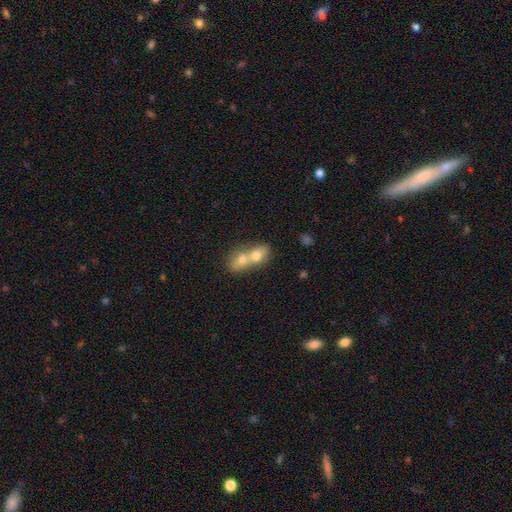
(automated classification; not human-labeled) This appears to be a smooth galaxy with no disk features (67%) that is in between round and cigar-shaped (53%). Merging: merger (80%).